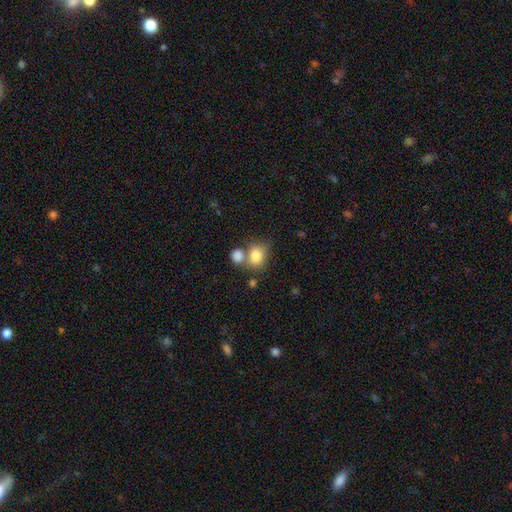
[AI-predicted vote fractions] smooth_or_featured: smooth (p=0.82) [alt: star or artifact p=0.09]
how_rounded: round (p=0.53) [alt: in between p=0.46]
merging: none (p=0.47) [alt: merger p=0.35]